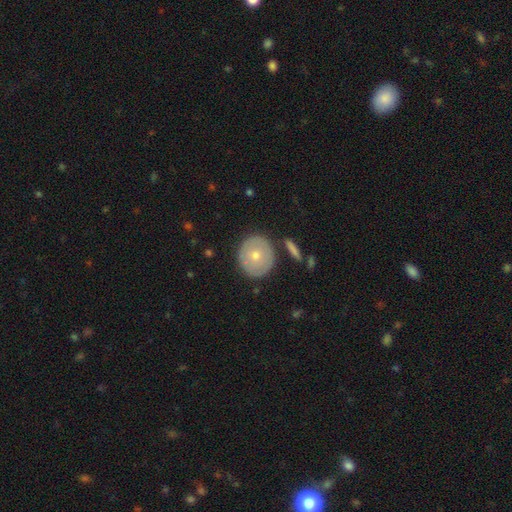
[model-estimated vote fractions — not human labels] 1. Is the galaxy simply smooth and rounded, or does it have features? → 61% smooth, 32% featured or disk, 6% star or artifact.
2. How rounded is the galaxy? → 88% round, 11% in between, 1% cigar-shaped.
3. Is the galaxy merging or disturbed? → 83% none, 11% minor disturbance, 3% merger, 3% major disturbance.